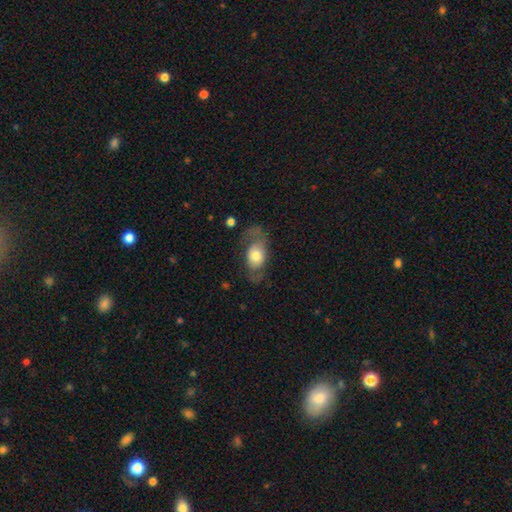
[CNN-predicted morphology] Smooth or featured?
  - smooth: 51% *
  - featured or disk: 42%
  - star or artifact: 7%
How rounded?
  - in between: 77% *
  - round: 20%
  - cigar-shaped: 3%
Merging?
  - none: 56% *
  - major disturbance: 21%
  - minor disturbance: 20%
  - merger: 2%